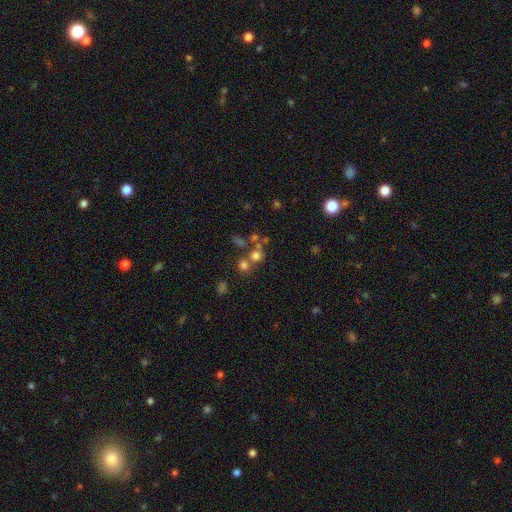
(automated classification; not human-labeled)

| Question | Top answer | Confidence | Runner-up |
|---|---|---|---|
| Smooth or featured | smooth | 66% | star or artifact (21%) |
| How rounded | round | 85% | in between (14%) |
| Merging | none | 50% | merger (37%) |